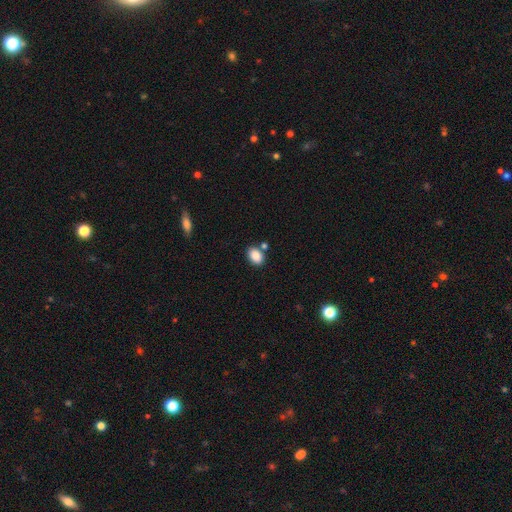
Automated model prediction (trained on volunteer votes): Morphology: type=smooth (87%); roundness=in between (77%); merging=none (72%).